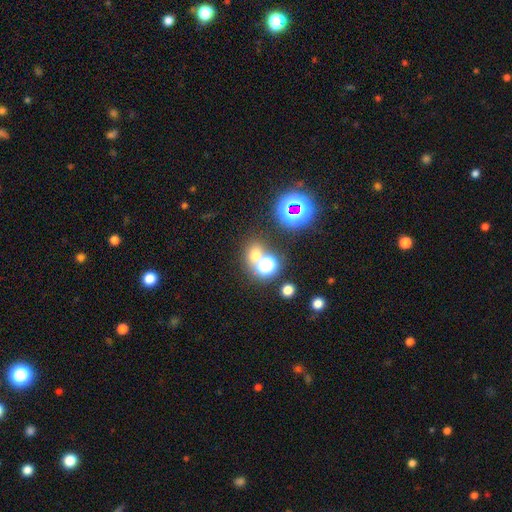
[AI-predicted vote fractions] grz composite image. It shows a smooth galaxy with no disk features (56%) that is round (74%). Merging: none (63%).